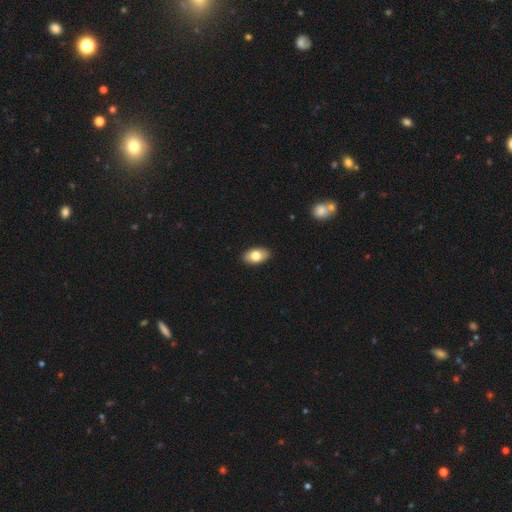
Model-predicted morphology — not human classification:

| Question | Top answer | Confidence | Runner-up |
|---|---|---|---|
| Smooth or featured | smooth | 78% | featured or disk (15%) |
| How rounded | in between | 92% | round (6%) |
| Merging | none | 89% | minor disturbance (8%) |